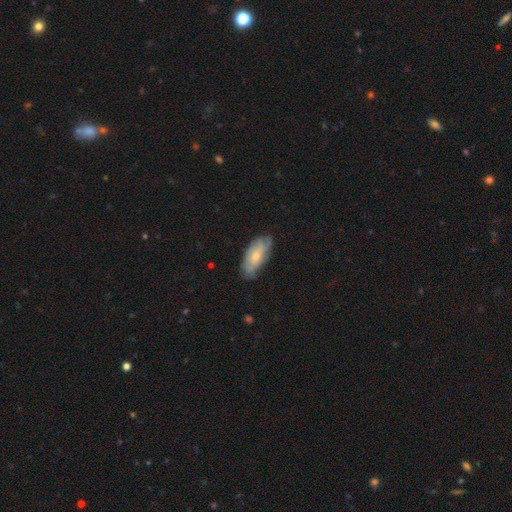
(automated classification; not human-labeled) Smooth or featured? Predicted: smooth (p=0.52). How rounded? Predicted: in between (p=0.84). Merging? Predicted: none (p=0.72).